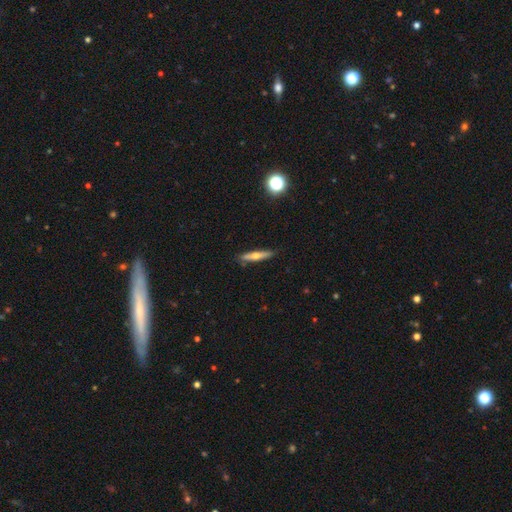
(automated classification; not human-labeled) A smooth galaxy with no disk features (47%).

Vote fractions:
- Smooth or featured? smooth: 47% / featured or disk: 46% / star or artifact: 7%
- Merging? none: 86% / minor disturbance: 10% / major disturbance: 2% / merger: 2%